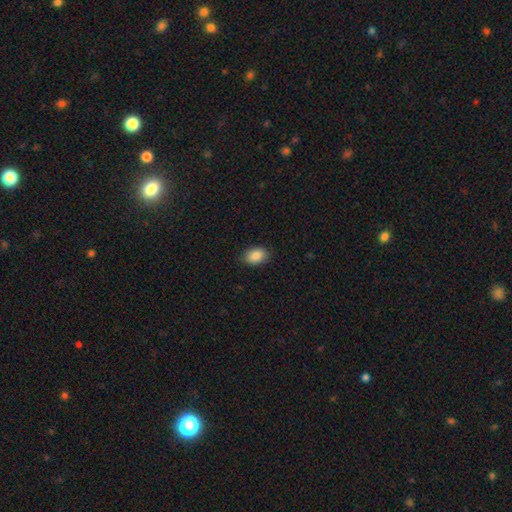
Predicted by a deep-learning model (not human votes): smooth 88%, star or artifact 8%, featured or disk 5%. Down the decision tree: how rounded — in between (85%); merging — none (87%).